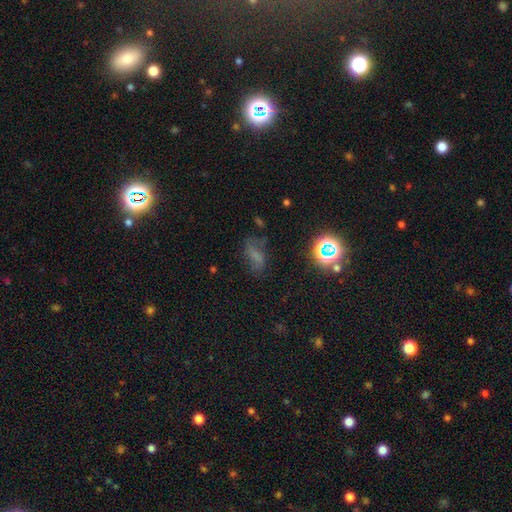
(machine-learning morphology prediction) Overall: smooth (46%; star or artifact 27%). Merging: none (51%; minor disturbance 25%).